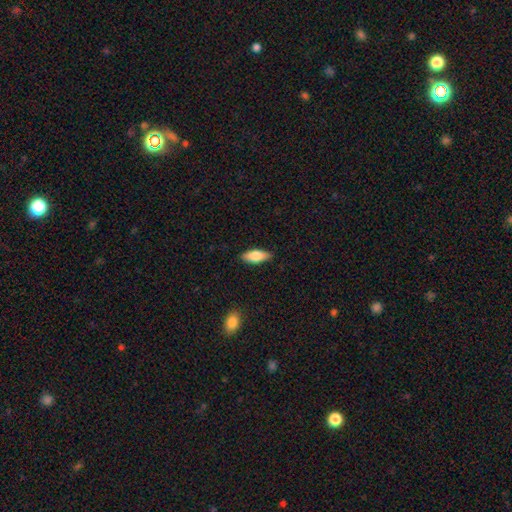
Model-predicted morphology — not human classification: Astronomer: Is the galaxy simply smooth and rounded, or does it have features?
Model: smooth — 77%.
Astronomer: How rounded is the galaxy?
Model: in between — 79%.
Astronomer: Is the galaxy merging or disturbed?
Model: none — 87%.